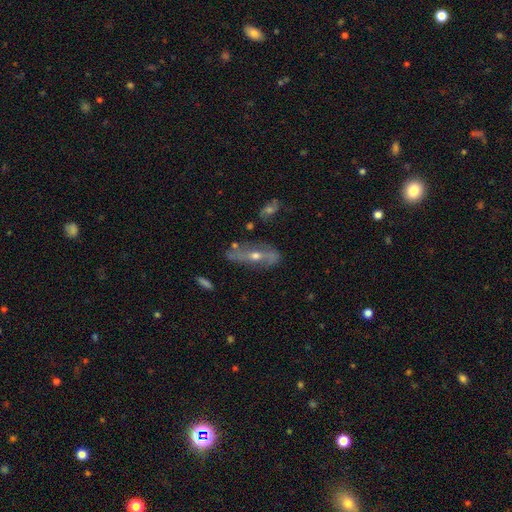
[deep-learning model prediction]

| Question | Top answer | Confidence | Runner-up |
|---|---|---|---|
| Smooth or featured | featured or disk | 71% | smooth (20%) |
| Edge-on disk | no | 61% | yes (39%) |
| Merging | none | 68% | minor disturbance (19%) |